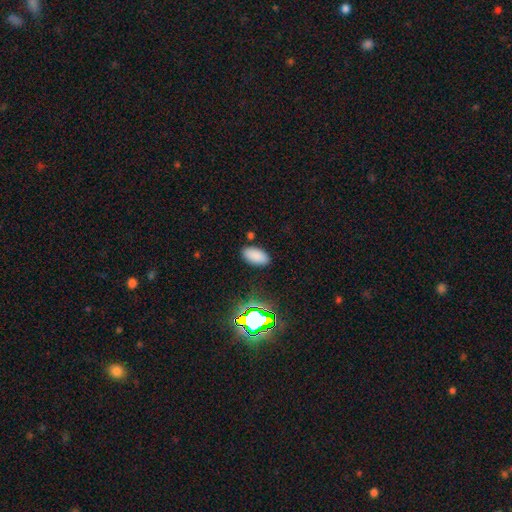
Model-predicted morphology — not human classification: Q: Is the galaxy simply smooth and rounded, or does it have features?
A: smooth — 81%.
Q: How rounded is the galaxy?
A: in between — 94%.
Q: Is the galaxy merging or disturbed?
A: none — 86%.